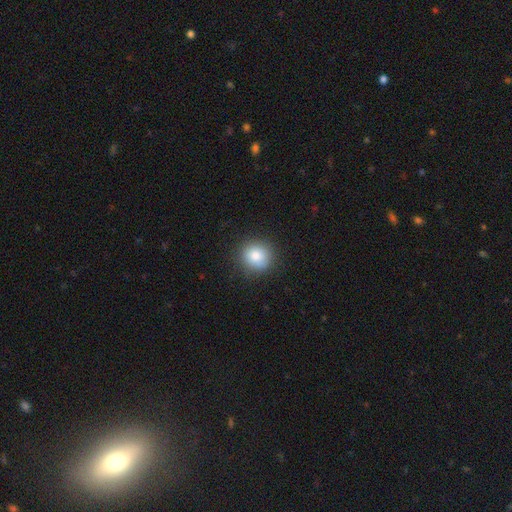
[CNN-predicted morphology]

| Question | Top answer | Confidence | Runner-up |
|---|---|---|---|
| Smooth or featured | smooth | 84% | star or artifact (10%) |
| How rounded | round | 90% | in between (9%) |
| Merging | none | 88% | minor disturbance (9%) |